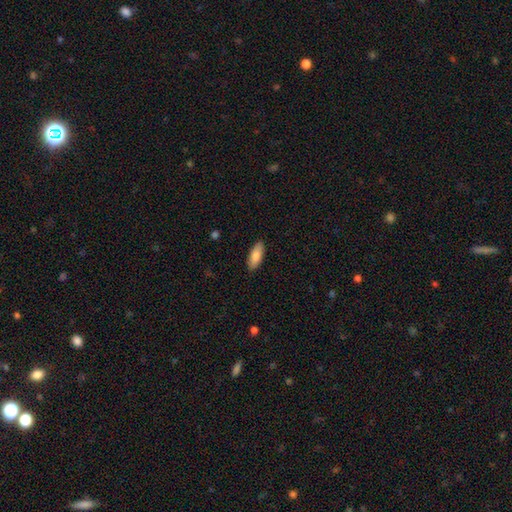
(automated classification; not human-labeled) Smooth or featured? smooth (83%)
How rounded? in between (75%)
Merging? none (89%)